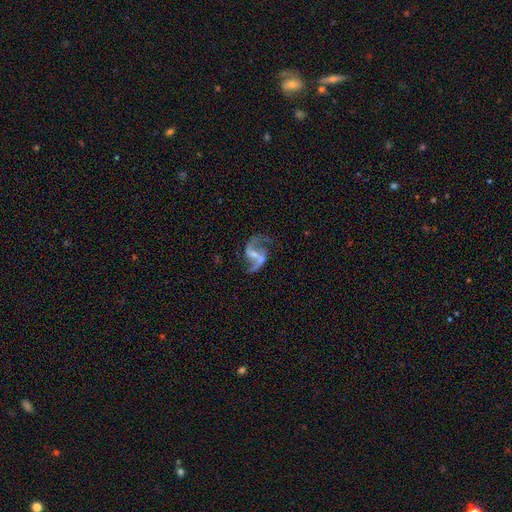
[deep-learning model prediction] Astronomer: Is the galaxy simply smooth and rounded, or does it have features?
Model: featured or disk — 90%.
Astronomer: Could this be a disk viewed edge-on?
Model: no — 98%.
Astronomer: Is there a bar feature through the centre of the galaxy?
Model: weak — 43% (runner-up: strong, 39%).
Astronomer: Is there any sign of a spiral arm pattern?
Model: yes — 96%.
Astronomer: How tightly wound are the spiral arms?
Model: loose — 65%.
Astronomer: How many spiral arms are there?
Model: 2 — 93%.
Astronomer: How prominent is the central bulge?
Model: small — 51%.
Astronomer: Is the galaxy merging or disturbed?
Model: none — 68%.